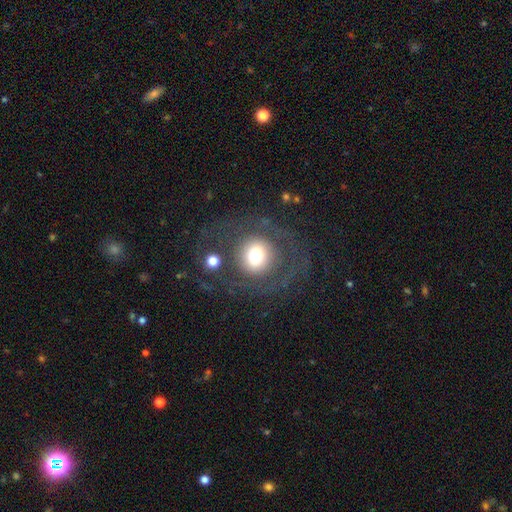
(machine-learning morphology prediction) A smooth galaxy with no disk features (56%) that is round (92%).

Vote fractions:
- Smooth or featured? smooth: 56% / featured or disk: 32% / star or artifact: 12%
- How rounded? round: 92% / in between: 7% / cigar-shaped: 1%
- Merging? none: 68% / major disturbance: 16% / minor disturbance: 12% / merger: 4%